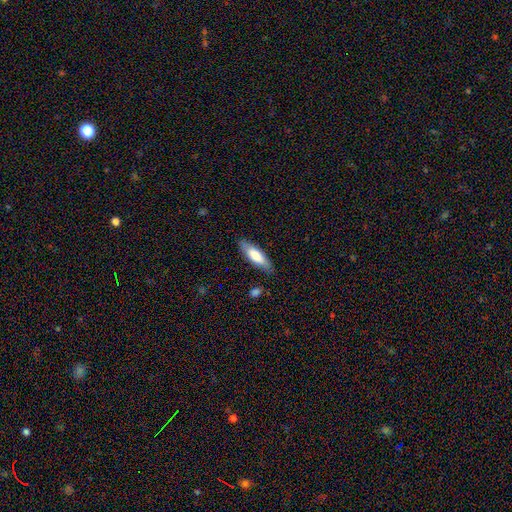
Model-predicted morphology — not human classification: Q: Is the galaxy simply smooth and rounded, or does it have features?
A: smooth — 72%.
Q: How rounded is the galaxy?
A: in between — 50%.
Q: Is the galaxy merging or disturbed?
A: none — 84%.